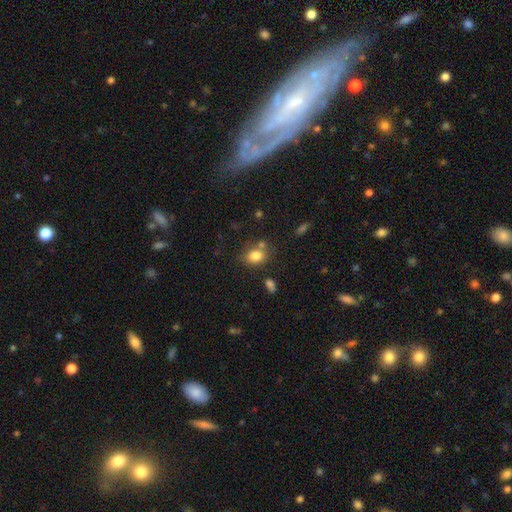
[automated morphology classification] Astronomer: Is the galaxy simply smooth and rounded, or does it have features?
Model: smooth — 81%.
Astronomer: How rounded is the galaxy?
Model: in between — 65%.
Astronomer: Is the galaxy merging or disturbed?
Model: none — 61%.